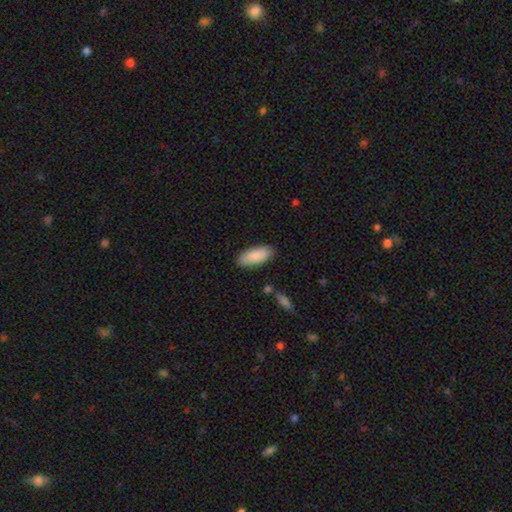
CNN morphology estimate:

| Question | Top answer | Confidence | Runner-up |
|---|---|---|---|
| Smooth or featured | smooth | 89% | featured or disk (6%) |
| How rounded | in between | 84% | cigar-shaped (14%) |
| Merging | none | 84% | minor disturbance (11%) |